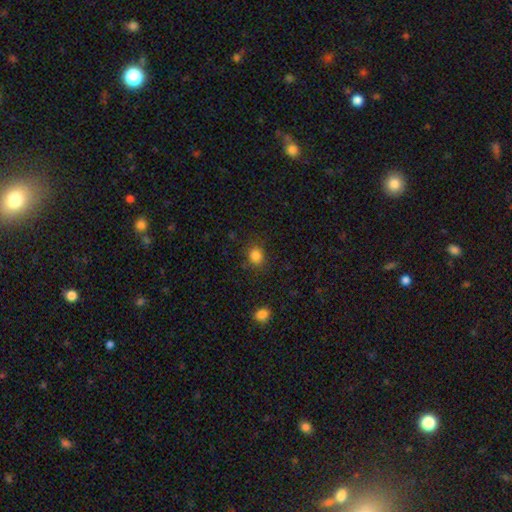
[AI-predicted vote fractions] This is clearly a smooth galaxy (84%). How rounded: likely round (76%). Merging: clearly none (83%).